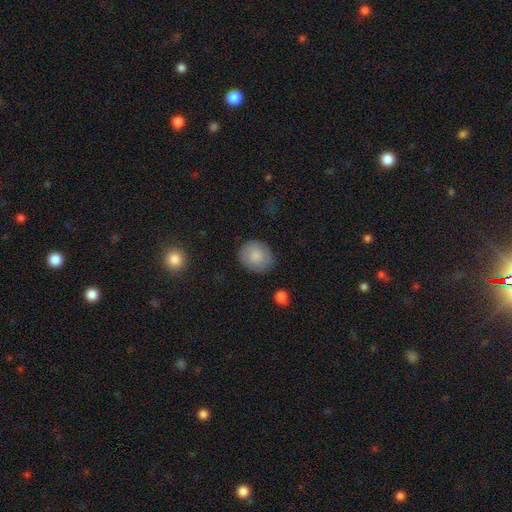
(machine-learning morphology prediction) The model was most divided on "how rounded": round: 69%, in between: 30%, cigar-shaped: 1%. More confident: merging — none (84%); smooth or featured — smooth (82%).